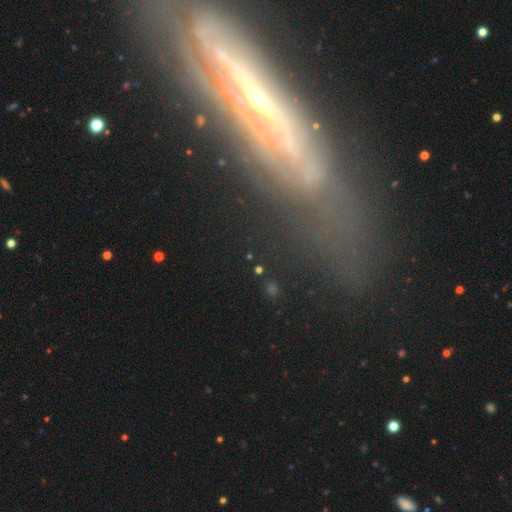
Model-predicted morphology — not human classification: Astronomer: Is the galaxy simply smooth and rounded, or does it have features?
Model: featured or disk — 74%.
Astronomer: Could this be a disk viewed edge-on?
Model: yes — 60% (runner-up: no, 40%).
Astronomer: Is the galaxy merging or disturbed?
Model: none — 66%.